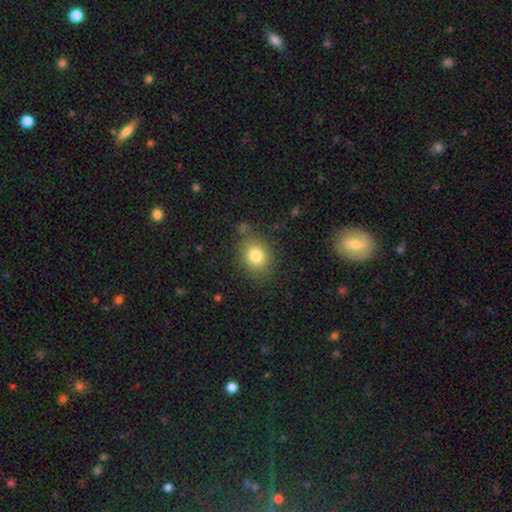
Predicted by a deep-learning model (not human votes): Q: Smooth or featured?
A: smooth (81%); runner-up: star or artifact (10%)
Q: How rounded?
A: round (56%); runner-up: in between (43%)
Q: Merging?
A: none (79%); runner-up: minor disturbance (13%)